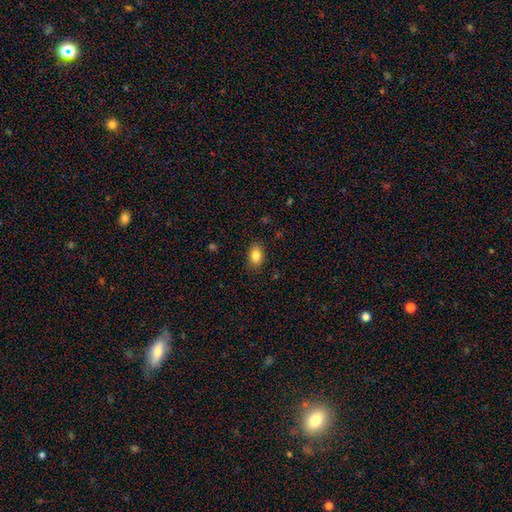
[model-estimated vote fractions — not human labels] This is clearly a smooth galaxy (84%). How rounded: clearly in between (84%). Merging: clearly none (87%).